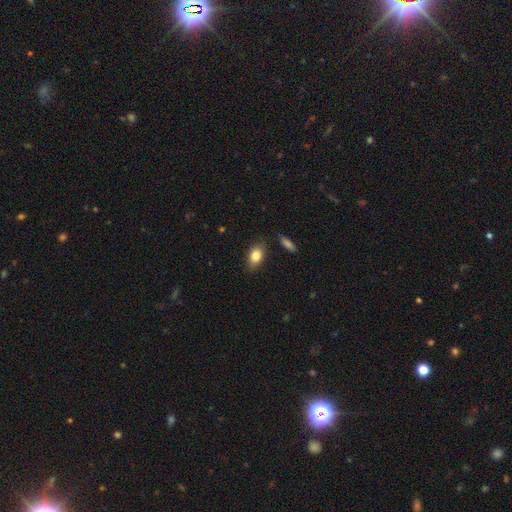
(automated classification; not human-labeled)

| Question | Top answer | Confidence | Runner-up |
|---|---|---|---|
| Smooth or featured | smooth | 83% | featured or disk (10%) |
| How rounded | in between | 85% | round (12%) |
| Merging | none | 84% | minor disturbance (12%) |